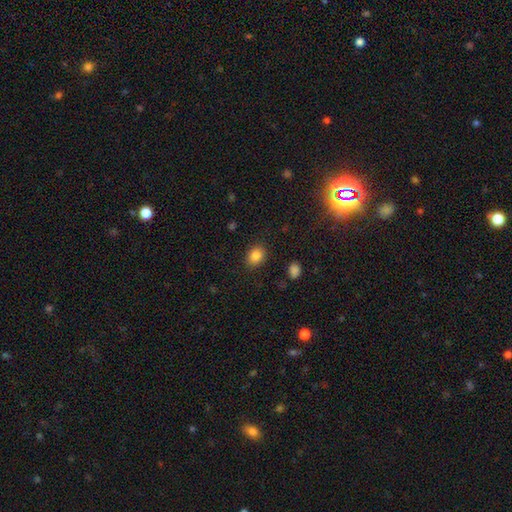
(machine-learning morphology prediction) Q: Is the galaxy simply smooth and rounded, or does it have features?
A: smooth — 85%.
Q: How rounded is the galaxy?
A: in between — 56%.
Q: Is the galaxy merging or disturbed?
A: none — 87%.